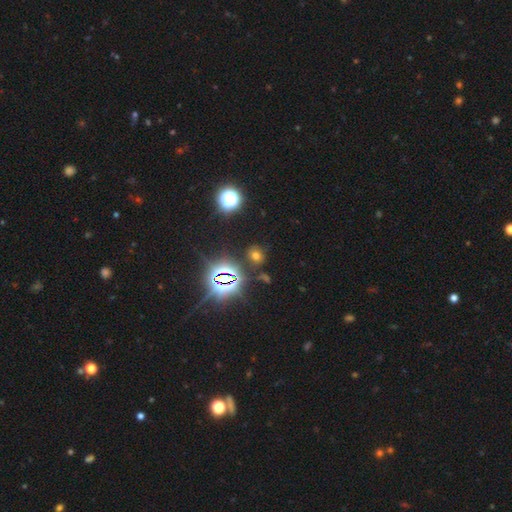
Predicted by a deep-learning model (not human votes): A smooth galaxy with no disk features (52%) that is round (61%).

Vote fractions:
- Smooth or featured? smooth: 52% / star or artifact: 40% / featured or disk: 8%
- How rounded? round: 61% / in between: 37% / cigar-shaped: 2%
- Merging? none: 82% / minor disturbance: 10% / merger: 4% / major disturbance: 4%